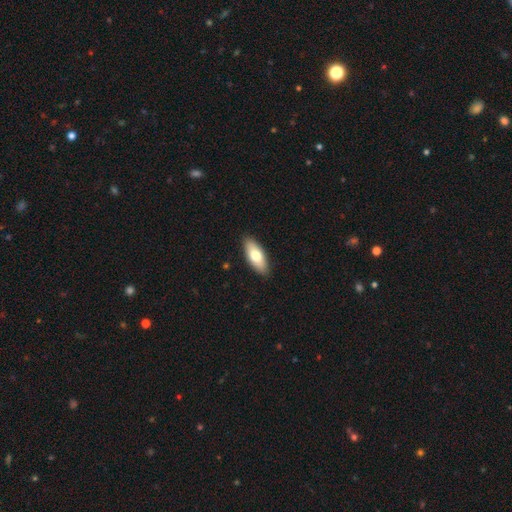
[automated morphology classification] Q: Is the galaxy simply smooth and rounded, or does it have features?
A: smooth — 73%.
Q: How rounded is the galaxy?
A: in between — 83%.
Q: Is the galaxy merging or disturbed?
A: none — 90%.